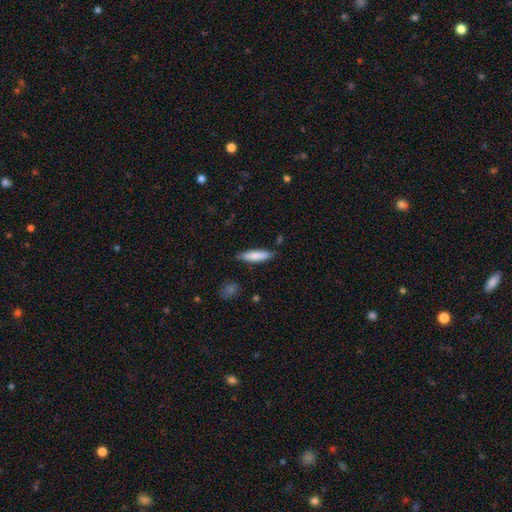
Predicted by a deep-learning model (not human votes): Morphology: type=smooth (82%); roundness=cigar-shaped (70%); merging=none (83%).